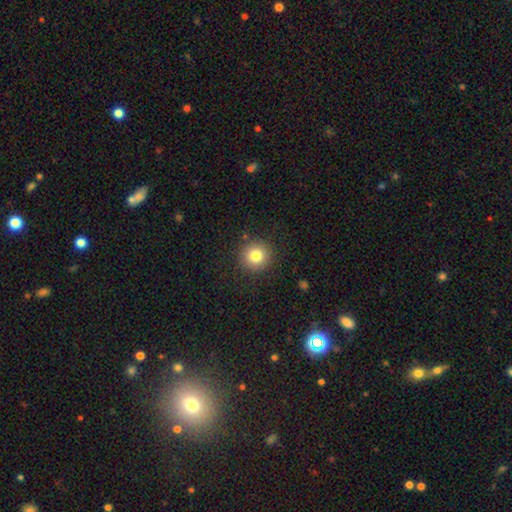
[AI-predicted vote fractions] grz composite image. It shows a smooth galaxy with no disk features (80%) that is round (94%). Merging: none (90%).